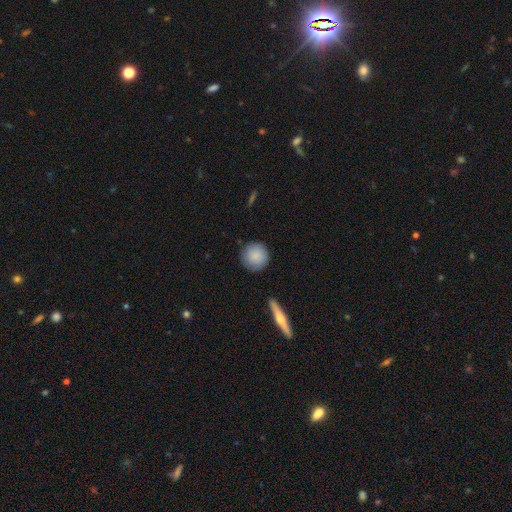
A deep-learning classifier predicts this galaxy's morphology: Smooth or featured? smooth (87%)
How rounded? round (94%)
Merging? none (88%)